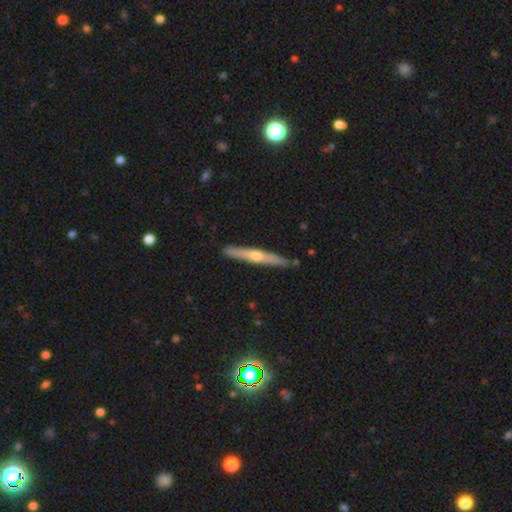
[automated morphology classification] A featured or disk galaxy (67%) viewed edge-on (96%) with a rounded central bulge (85%). Merging: none (88%).